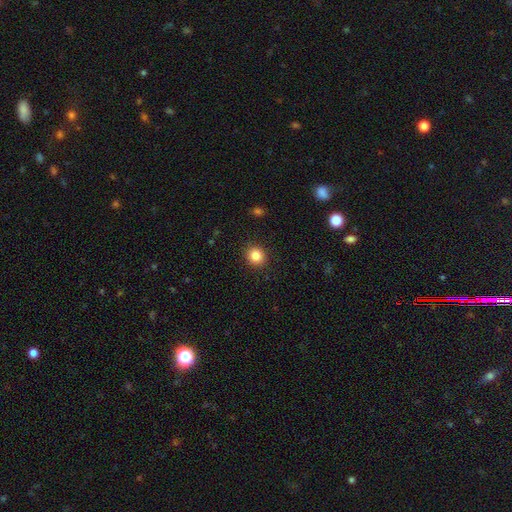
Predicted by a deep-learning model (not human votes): Q: Smooth or featured?
A: smooth (84%); runner-up: star or artifact (10%)
Q: How rounded?
A: round (83%); runner-up: in between (17%)
Q: Merging?
A: none (91%); runner-up: minor disturbance (6%)